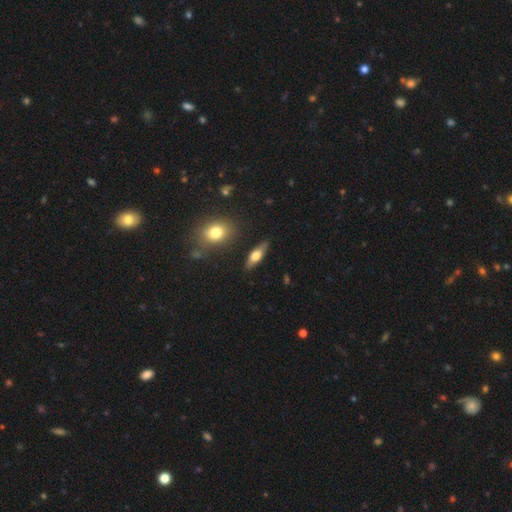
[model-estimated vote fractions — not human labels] Overall: smooth (56%; featured or disk 37%). How rounded: in between (54%; cigar-shaped 43%). Merging: none (84%).